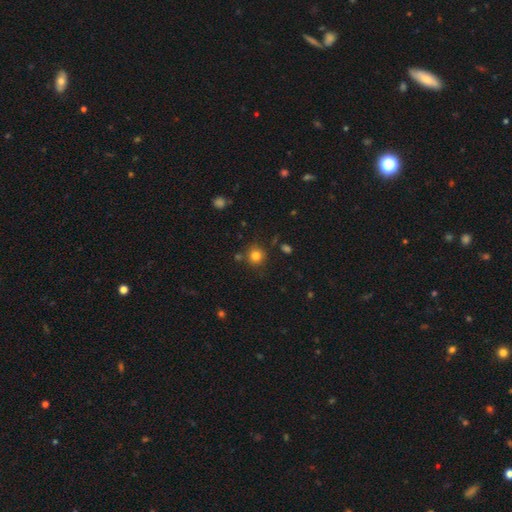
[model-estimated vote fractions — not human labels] Smooth or featured?
  - smooth: 81% *
  - star or artifact: 13%
  - featured or disk: 6%
How rounded?
  - round: 90% *
  - in between: 9%
  - cigar-shaped: 1%
Merging?
  - none: 81% *
  - minor disturbance: 10%
  - merger: 6%
  - major disturbance: 3%